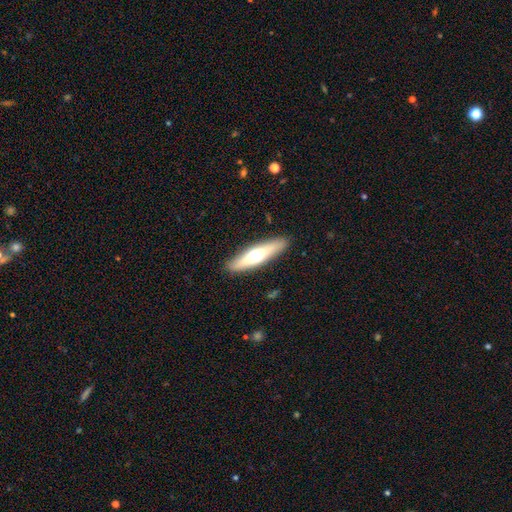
Overall: smooth (52%; featured or disk 42%). How rounded: cigar-shaped (71%). Merging: none (92%).